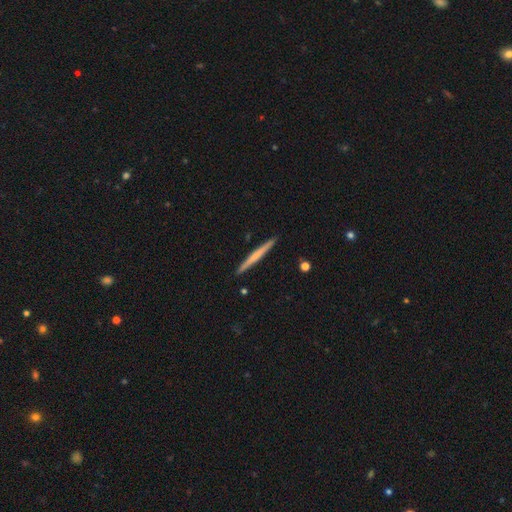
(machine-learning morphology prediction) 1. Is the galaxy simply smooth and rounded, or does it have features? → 48% smooth, 47% featured or disk, 5% star or artifact.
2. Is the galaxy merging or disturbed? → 92% none, 5% minor disturbance, 1% merger, 1% major disturbance.